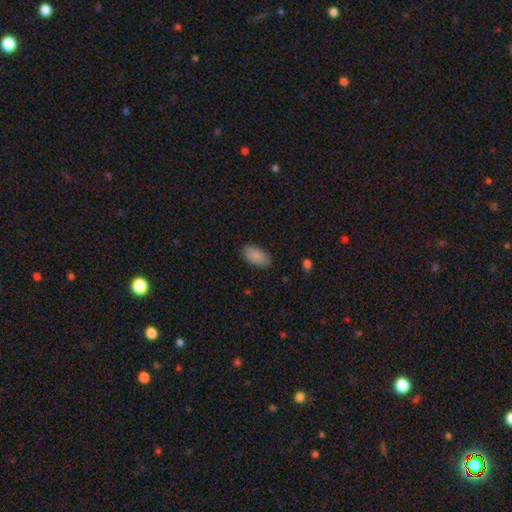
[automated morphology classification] A smooth galaxy with no disk features (88%) that is in between round and cigar-shaped (94%). Merging: none (84%).